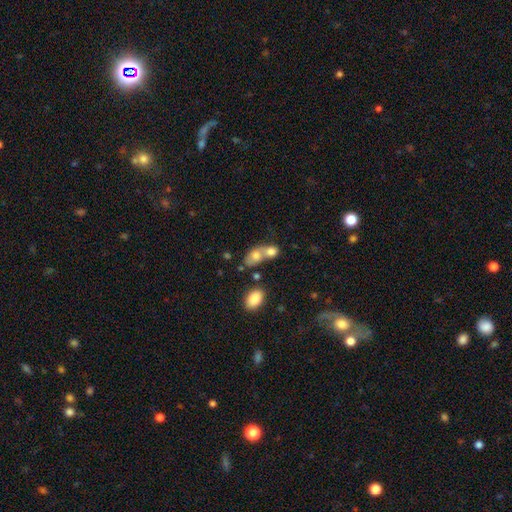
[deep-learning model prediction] This appears to be a smooth galaxy with no disk features (73%) that is in between round and cigar-shaped (69%). Merging: merger (67%).